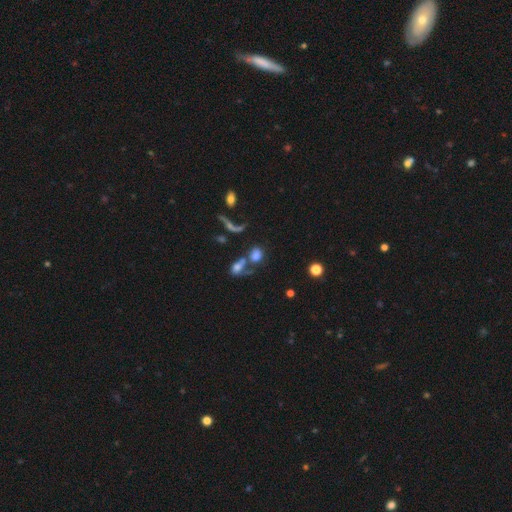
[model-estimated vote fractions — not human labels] This appears to be a smooth galaxy with no disk features (65%) that is in between round and cigar-shaped (56%). Merging: merger (44%).